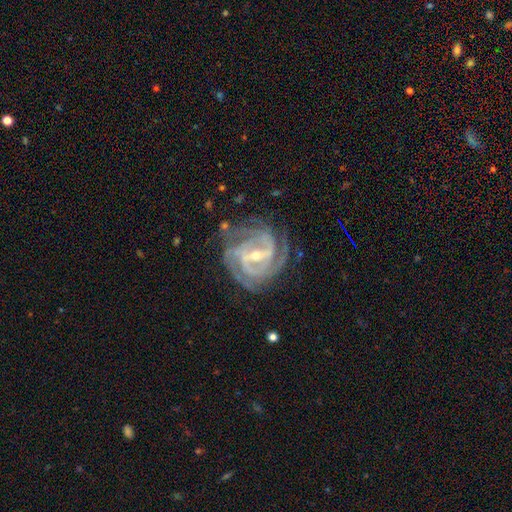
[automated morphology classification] featured or disk 92%, star or artifact 5%, smooth 3%. Down the decision tree: edge-on disk — no (97%); bar — strong (50%); spiral arms — yes (98%); spiral arm count — 3 (33%); spiral winding — tight (66%); bulge size — small (60%); merging — none (73%).